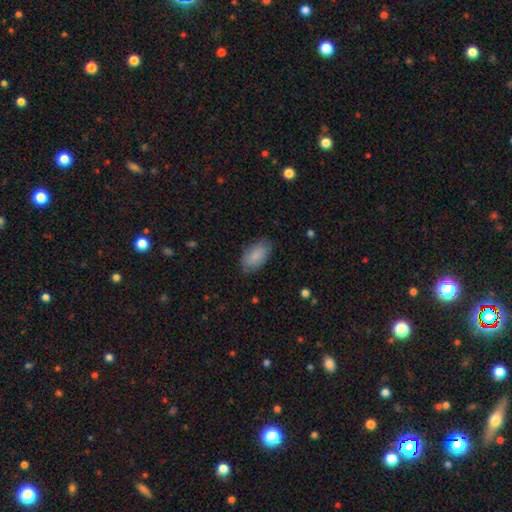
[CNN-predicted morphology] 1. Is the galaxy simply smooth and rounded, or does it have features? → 81% smooth, 13% featured or disk, 6% star or artifact.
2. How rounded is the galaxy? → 95% in between, 3% round, 2% cigar-shaped.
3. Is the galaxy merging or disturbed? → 80% none, 16% minor disturbance, 3% major disturbance, 1% merger.